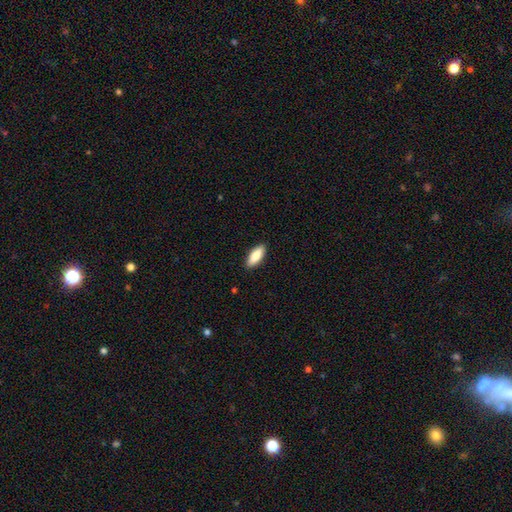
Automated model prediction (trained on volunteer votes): smooth-or-featured: smooth: 83% | featured or disk: 11% | star or artifact: 6%
  how-rounded: in between: 74% | cigar-shaped: 24% | round: 2%
  merging: none: 89% | minor disturbance: 8% | major disturbance: 2% | merger: 1%